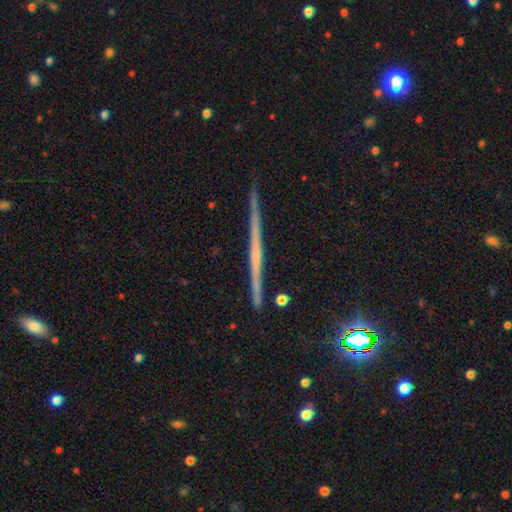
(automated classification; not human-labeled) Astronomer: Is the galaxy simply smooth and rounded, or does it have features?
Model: featured or disk — 71%.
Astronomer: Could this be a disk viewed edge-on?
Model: yes — 98%.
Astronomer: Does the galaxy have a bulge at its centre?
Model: none — 73%.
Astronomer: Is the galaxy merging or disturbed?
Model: none — 91%.